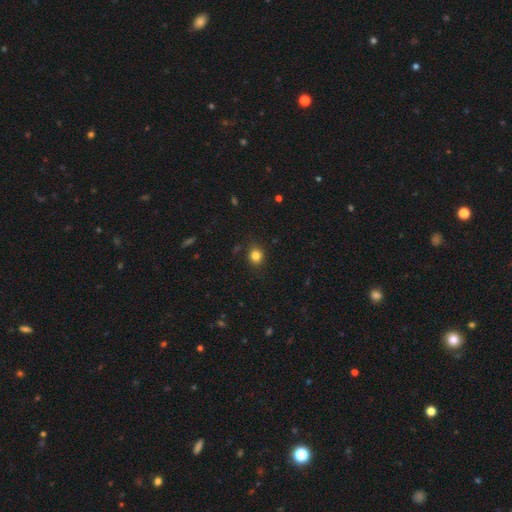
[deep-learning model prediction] The model was most divided on "how rounded": round: 75%, in between: 24%, cigar-shaped: 1%. More confident: merging — none (85%); smooth or featured — smooth (83%).